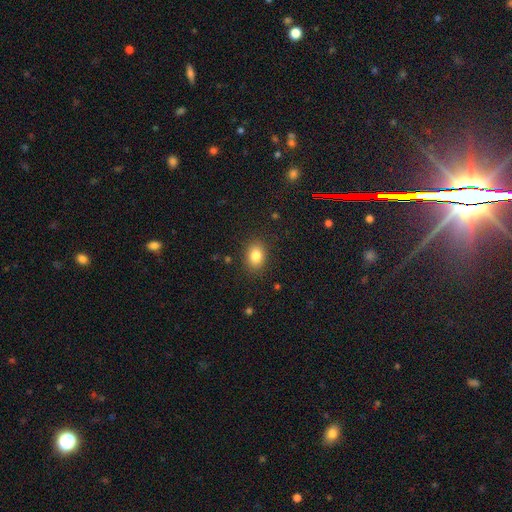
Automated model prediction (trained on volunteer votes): This appears to be a smooth galaxy with no disk features (83%) that is in between round and cigar-shaped (68%). Merging: none (87%).